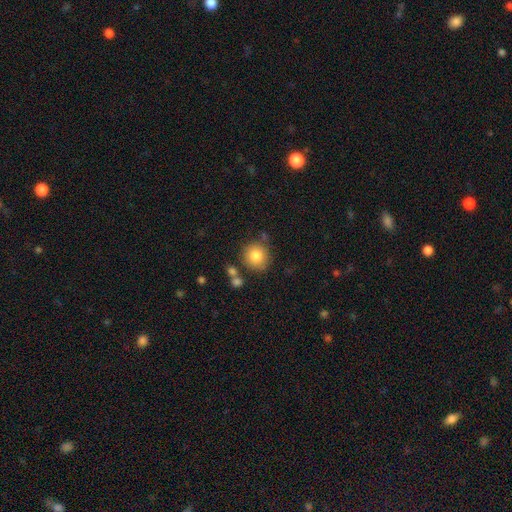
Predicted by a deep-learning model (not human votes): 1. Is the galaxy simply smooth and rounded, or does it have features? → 82% smooth, 10% star or artifact, 9% featured or disk.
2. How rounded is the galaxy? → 91% round, 8% in between, 1% cigar-shaped.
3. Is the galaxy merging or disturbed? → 78% none, 11% minor disturbance, 8% merger, 4% major disturbance.